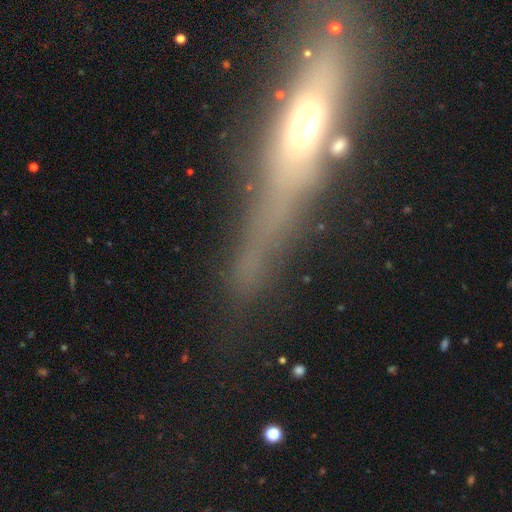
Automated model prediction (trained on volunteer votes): smooth_or_featured: featured or disk (p=0.47) [alt: smooth p=0.33]
merging: none (p=0.58) [alt: minor disturbance p=0.17]